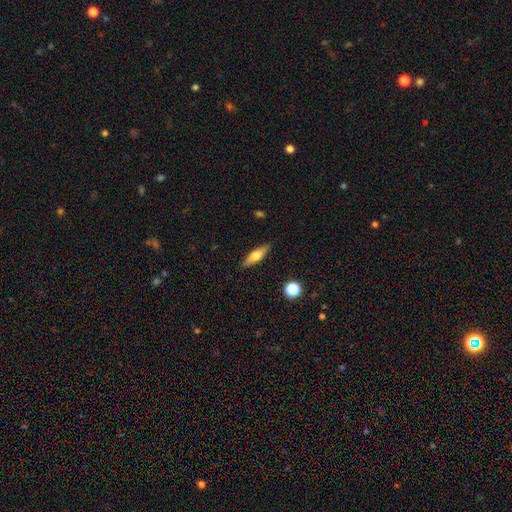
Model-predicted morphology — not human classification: smooth-or-featured: smooth: 51% | featured or disk: 42% | star or artifact: 7%
  how-rounded: cigar-shaped: 64% | in between: 33% | round: 3%
  merging: none: 89% | minor disturbance: 8% | major disturbance: 2% | merger: 1%